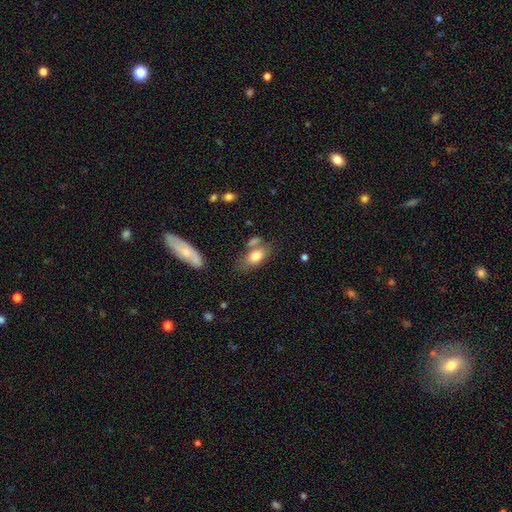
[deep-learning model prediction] A smooth galaxy with no disk features (77%) that is in between round and cigar-shaped (86%). Merging: none (57%).